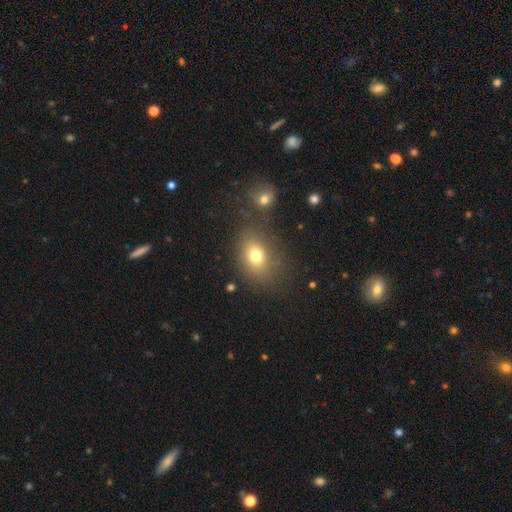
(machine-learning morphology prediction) This appears to be a smooth galaxy with no disk features (74%) that is in between round and cigar-shaped (64%). Merging: none (69%).